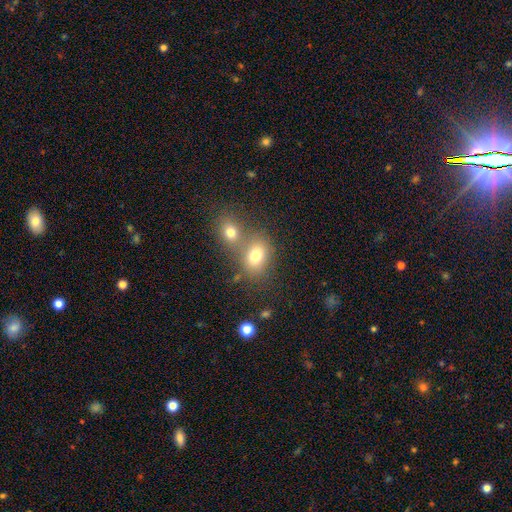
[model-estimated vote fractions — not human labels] Q: Smooth or featured?
A: smooth (75%); runner-up: star or artifact (13%)
Q: How rounded?
A: in between (61%); runner-up: round (38%)
Q: Merging?
A: merger (45%); runner-up: none (41%)